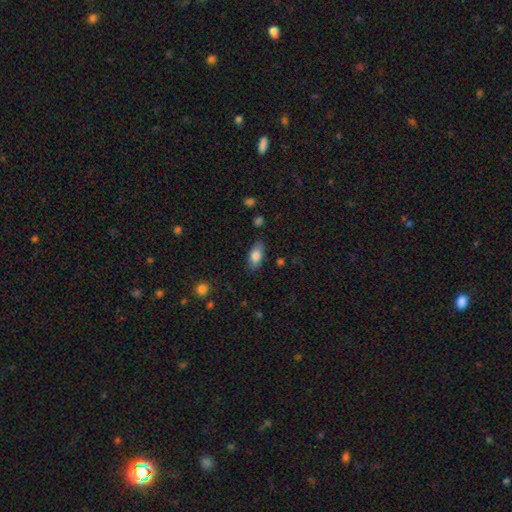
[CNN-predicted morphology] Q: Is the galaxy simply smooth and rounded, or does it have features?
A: smooth — 80%.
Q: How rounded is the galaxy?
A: in between — 88%.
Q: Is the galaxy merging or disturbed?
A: none — 83%.